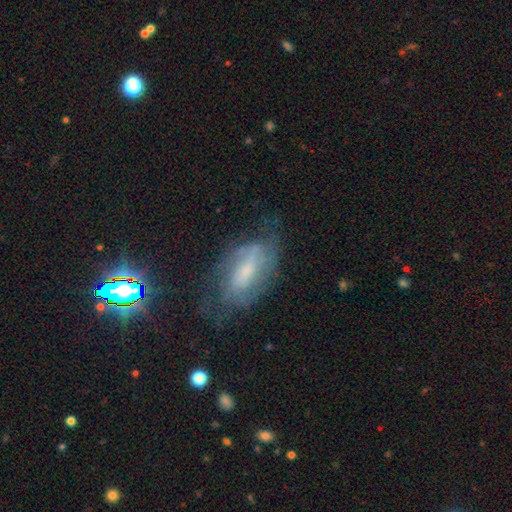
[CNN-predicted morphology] Smooth or featured? Predicted: featured or disk (p=0.59). Edge-on disk? Predicted: no (p=0.91). Bar? Predicted: weak (p=0.42). Spiral arms? Predicted: yes (p=0.74). Bulge size? Predicted: small (p=0.40). Merging? Predicted: none (p=0.50).